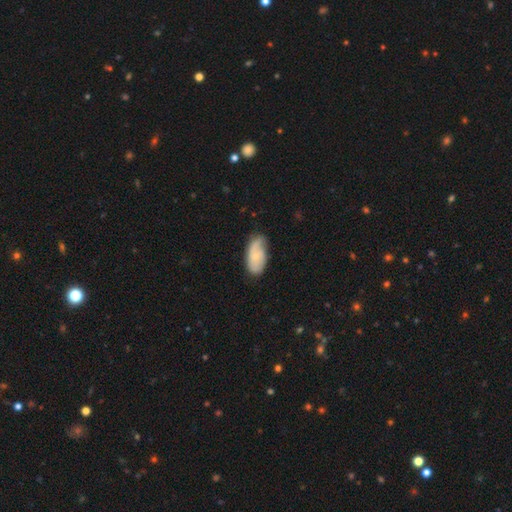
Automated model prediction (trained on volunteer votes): Smooth or featured? Predicted: smooth (p=0.54). How rounded? Predicted: in between (p=0.93). Merging? Predicted: none (p=0.55).